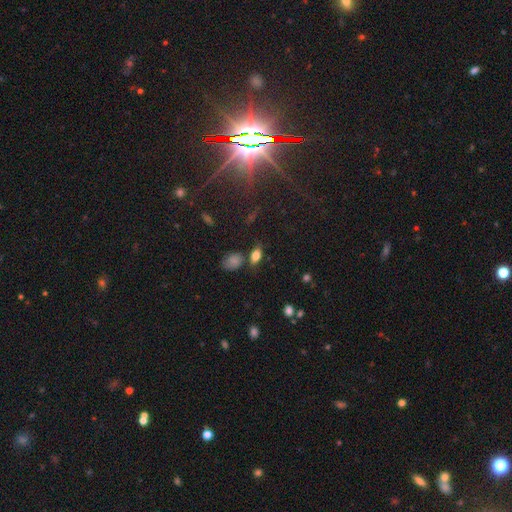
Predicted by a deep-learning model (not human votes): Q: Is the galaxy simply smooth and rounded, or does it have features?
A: smooth — 75%.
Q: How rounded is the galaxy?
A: in between — 83%.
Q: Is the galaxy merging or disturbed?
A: none — 70%.